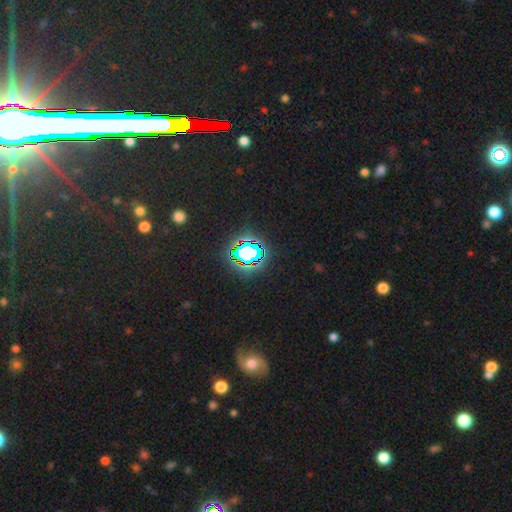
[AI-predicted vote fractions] Morphology: type=star or artifact (75%).